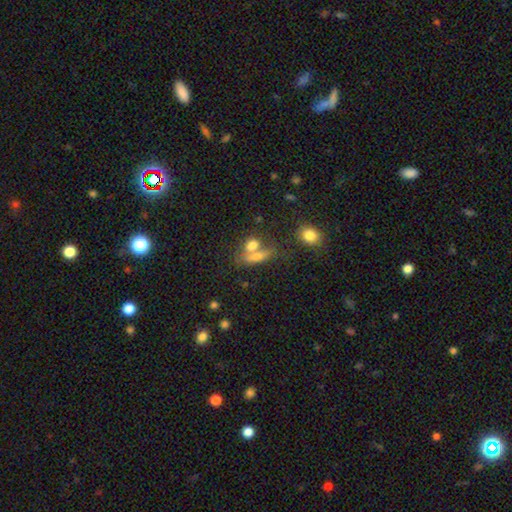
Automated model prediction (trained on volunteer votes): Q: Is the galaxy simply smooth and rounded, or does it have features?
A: smooth — 64%.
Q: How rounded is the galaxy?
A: in between — 51%.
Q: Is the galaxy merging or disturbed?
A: none — 44%.